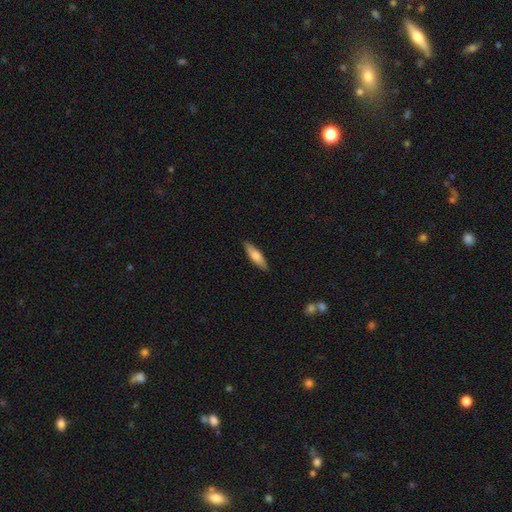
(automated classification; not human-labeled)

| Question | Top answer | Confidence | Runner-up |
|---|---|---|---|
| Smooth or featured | smooth | 71% | featured or disk (24%) |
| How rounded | cigar-shaped | 63% | in between (35%) |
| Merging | none | 89% | minor disturbance (9%) |